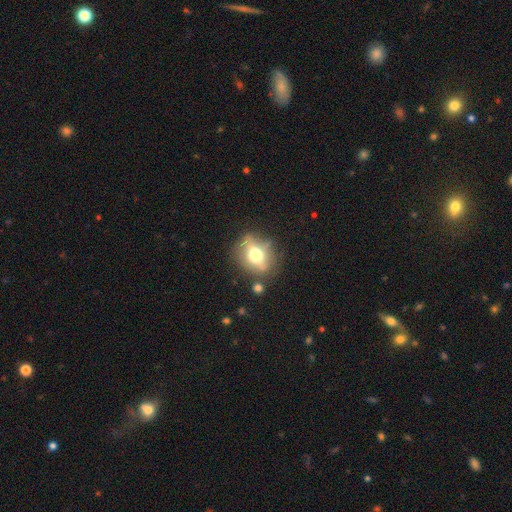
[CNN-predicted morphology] Smooth or featured?
  - smooth: 53% *
  - featured or disk: 35%
  - star or artifact: 12%
How rounded?
  - round: 57% *
  - in between: 40%
  - cigar-shaped: 3%
Merging?
  - none: 68% *
  - minor disturbance: 18%
  - major disturbance: 7%
  - merger: 6%